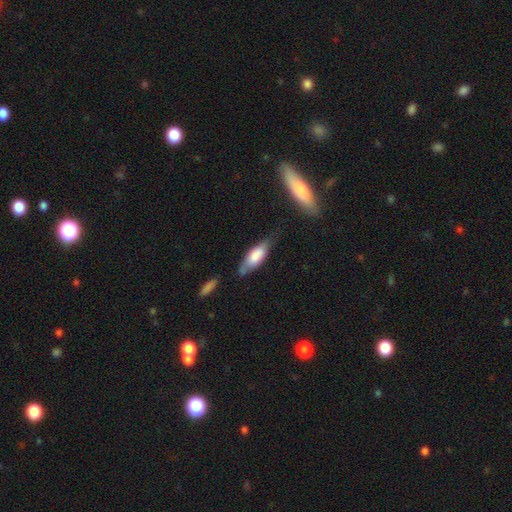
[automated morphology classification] Smooth or featured? smooth (68%)
How rounded? in between (66%)
Merging? none (52%)